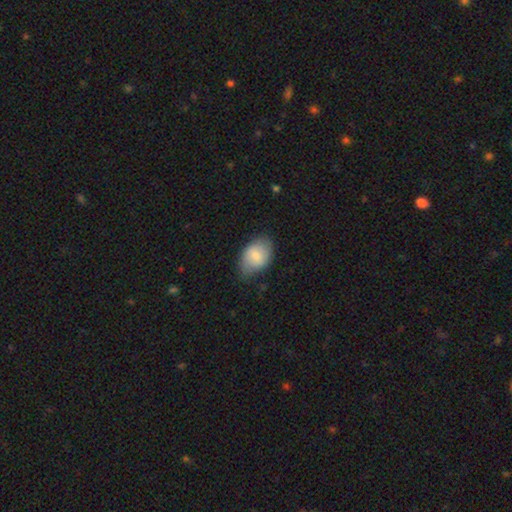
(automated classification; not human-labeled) This appears to be a smooth galaxy with no disk features (77%) that is in between round and cigar-shaped (87%). Merging: none (69%).